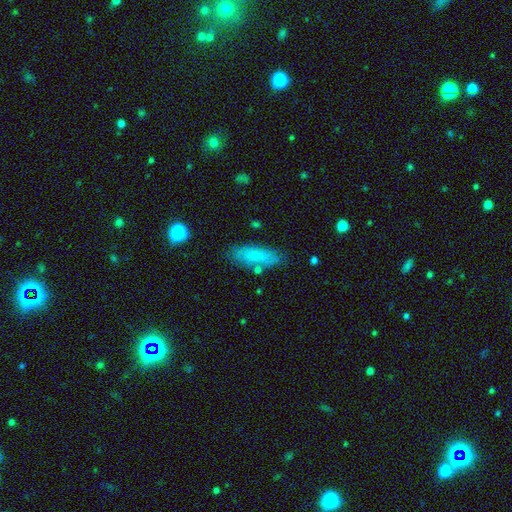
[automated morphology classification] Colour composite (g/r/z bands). It shows a smooth galaxy with no disk features (81%) that is in between round and cigar-shaped (58%). Merging: none (78%).